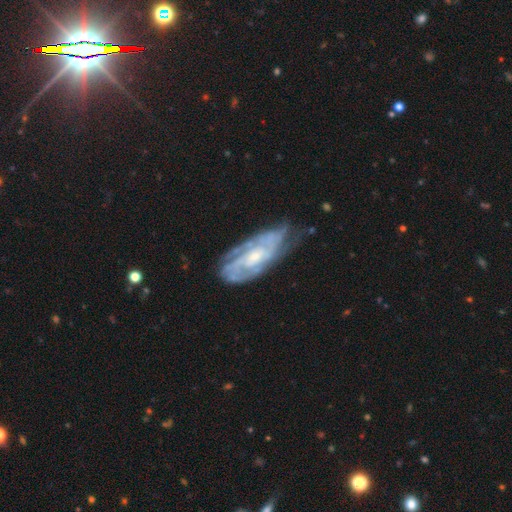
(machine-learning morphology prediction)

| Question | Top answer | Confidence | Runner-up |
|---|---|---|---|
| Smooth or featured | featured or disk | 76% | smooth (15%) |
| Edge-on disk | no | 88% | yes (12%) |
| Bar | no | 56% | weak (34%) |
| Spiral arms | yes | 90% | no (10%) |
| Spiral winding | tight | 60% | medium (31%) |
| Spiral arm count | can't tell | 46% | 2 (19%) |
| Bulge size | small | 53% | moderate (40%) |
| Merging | none | 64% | minor disturbance (25%) |